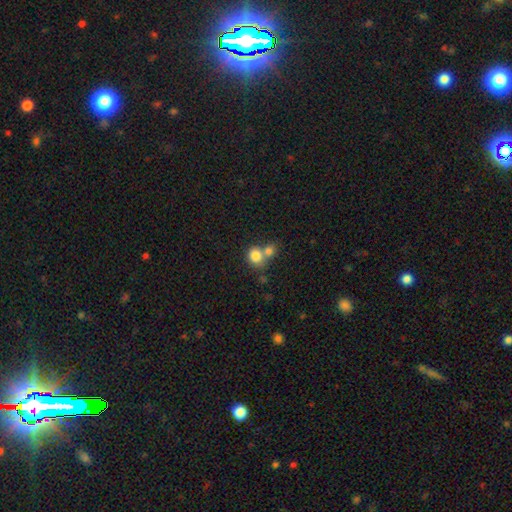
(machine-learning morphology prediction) Smooth or featured? smooth (81%)
How rounded? round (77%)
Merging? merger (48%)